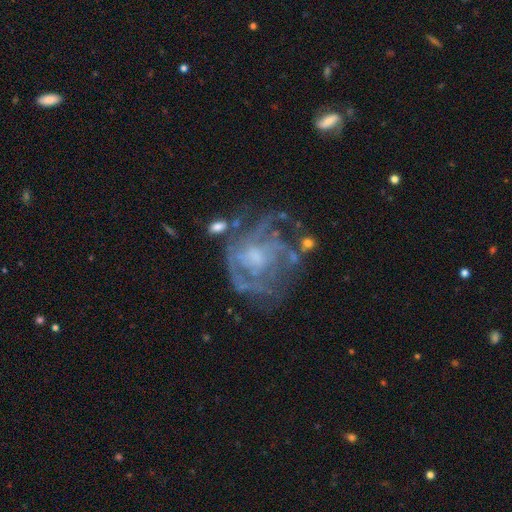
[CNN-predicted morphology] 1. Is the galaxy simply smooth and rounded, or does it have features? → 78% featured or disk, 12% smooth, 10% star or artifact.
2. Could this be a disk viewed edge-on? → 97% no, 3% yes.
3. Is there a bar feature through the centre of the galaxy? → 72% no, 23% weak, 5% strong.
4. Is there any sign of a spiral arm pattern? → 68% yes, 32% no.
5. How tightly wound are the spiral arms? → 49% tight, 35% medium, 16% loose.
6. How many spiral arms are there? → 51% can't tell, 15% 3, 13% 2, 9% 4, 6% 1, 5% more than 4.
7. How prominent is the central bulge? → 39% moderate, 37% small, 18% none, 5% large, 1% dominant.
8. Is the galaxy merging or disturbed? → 49% none, 25% major disturbance, 20% minor disturbance, 7% merger.